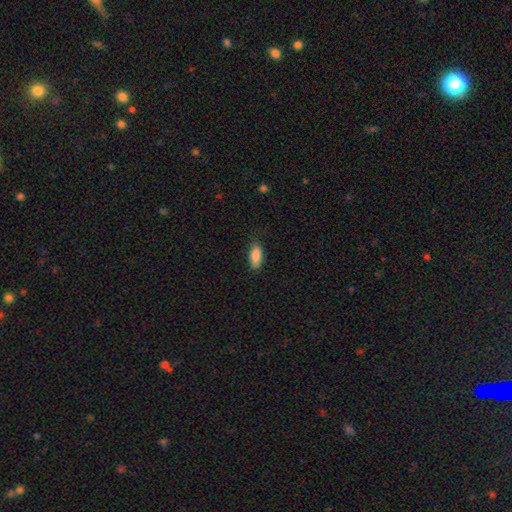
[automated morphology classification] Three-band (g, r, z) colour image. It shows a smooth galaxy with no disk features (88%) that is in between round and cigar-shaped (85%). Merging: none (77%).